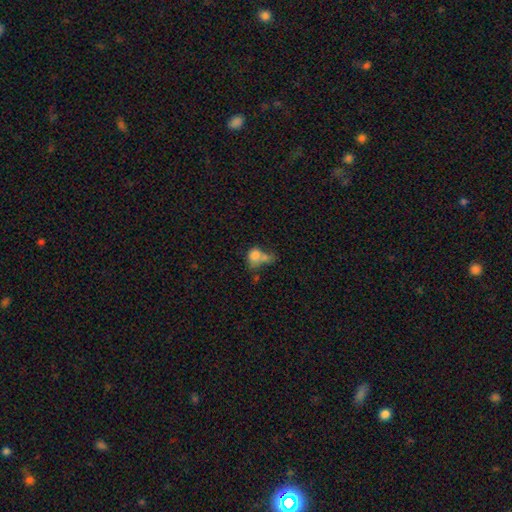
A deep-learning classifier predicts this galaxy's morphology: Smooth or featured?
  - smooth: 76% *
  - featured or disk: 14%
  - star or artifact: 11%
How rounded?
  - in between: 53% *
  - round: 45%
  - cigar-shaped: 2%
Merging?
  - merger: 53% *
  - none: 21%
  - major disturbance: 14%
  - minor disturbance: 12%